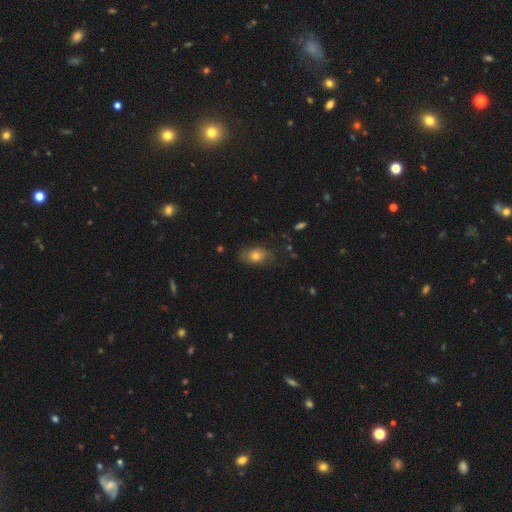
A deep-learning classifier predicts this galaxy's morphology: A smooth galaxy with no disk features (69%) that is in between round and cigar-shaped (81%). Merging: none (69%).